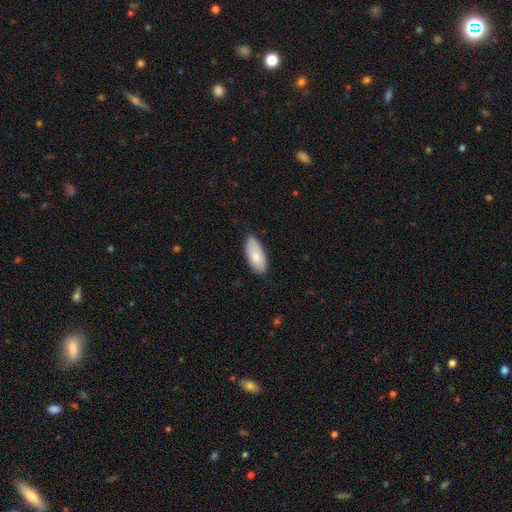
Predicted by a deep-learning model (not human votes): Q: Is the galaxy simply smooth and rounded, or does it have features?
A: smooth — 81%.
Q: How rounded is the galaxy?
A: in between — 88%.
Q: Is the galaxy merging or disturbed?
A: none — 76%.